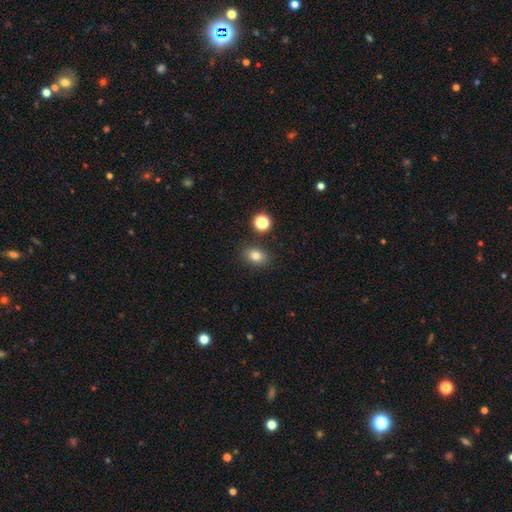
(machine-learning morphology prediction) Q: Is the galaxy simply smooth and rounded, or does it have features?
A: smooth — 80%.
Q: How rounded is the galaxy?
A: in between — 70%.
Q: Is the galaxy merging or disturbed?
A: none — 84%.